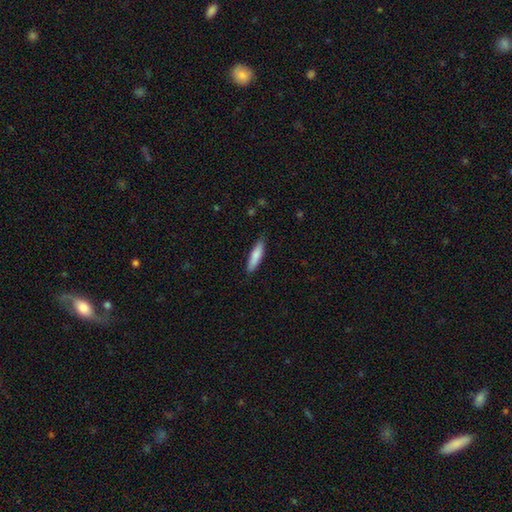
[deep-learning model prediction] Smooth or featured? smooth (81%)
How rounded? cigar-shaped (75%)
Merging? none (85%)